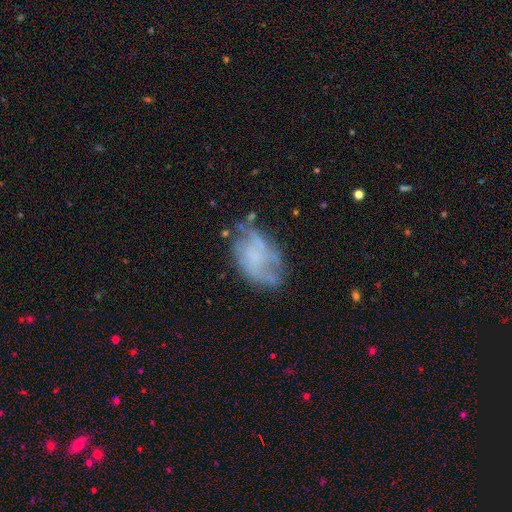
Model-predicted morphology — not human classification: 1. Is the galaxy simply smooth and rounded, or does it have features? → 62% featured or disk, 28% smooth, 10% star or artifact.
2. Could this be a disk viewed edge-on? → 97% no, 3% yes.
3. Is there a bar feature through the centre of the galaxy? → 76% no, 19% weak, 4% strong.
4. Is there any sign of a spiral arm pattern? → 59% yes, 41% no.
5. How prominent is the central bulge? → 66% none, 17% small, 11% moderate, 5% large, 1% dominant.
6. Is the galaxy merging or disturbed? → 53% none, 25% minor disturbance, 18% major disturbance, 4% merger.